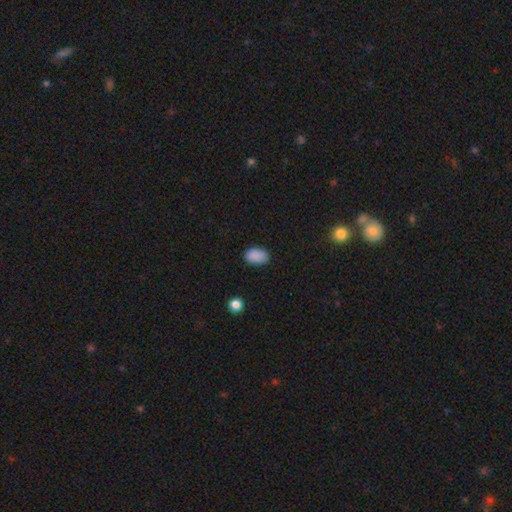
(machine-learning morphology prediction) Smooth or featured: smooth — 88% (star or artifact — 9%)
How rounded: in between — 89% (round — 10%)
Merging: none — 85% (minor disturbance — 11%)